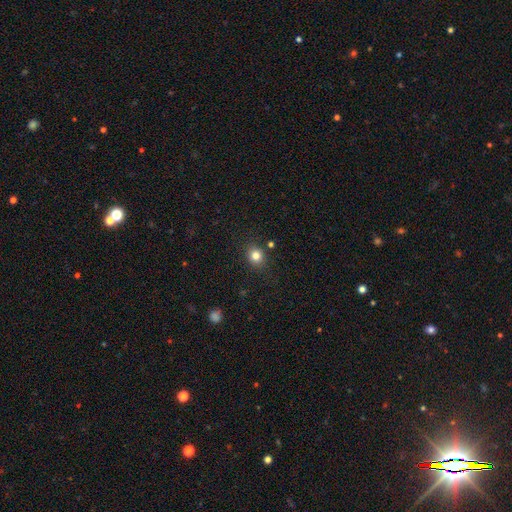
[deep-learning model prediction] Overall: smooth (81%). How rounded: round (73%). Merging: none (85%).